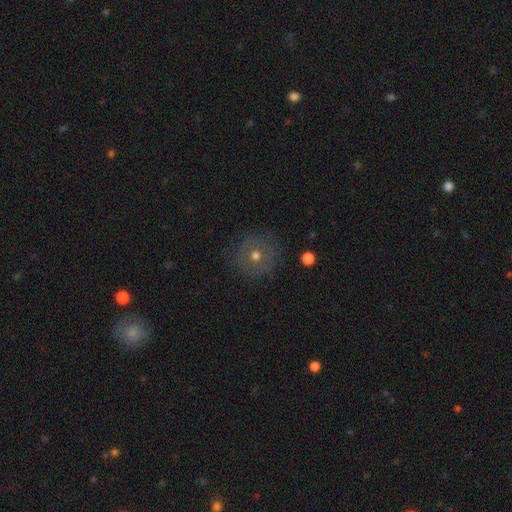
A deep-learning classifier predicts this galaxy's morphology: The model was most divided on "smooth or featured": smooth: 49%, featured or disk: 37%, star or artifact: 14%. More confident: merging — none (85%).